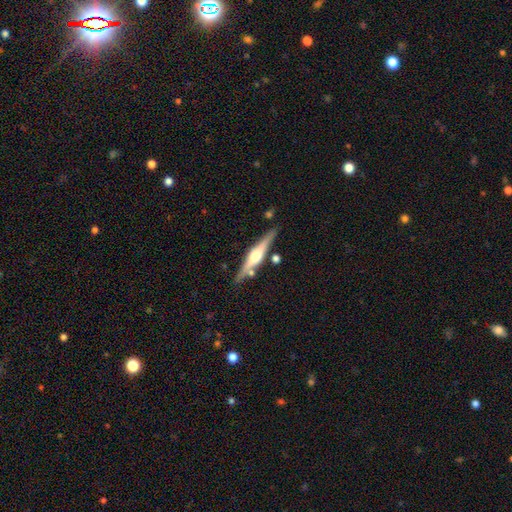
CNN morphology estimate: This appears to be a featured or disk galaxy (76%) viewed edge-on (98%) with a rounded central bulge (89%). Merging: none (82%).